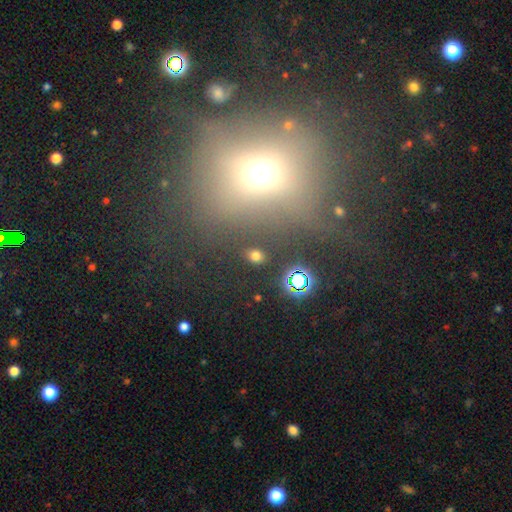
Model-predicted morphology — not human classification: smooth 68%, star or artifact 25%, featured or disk 6%. Down the decision tree: how rounded — in between (58%); merging — none (86%).